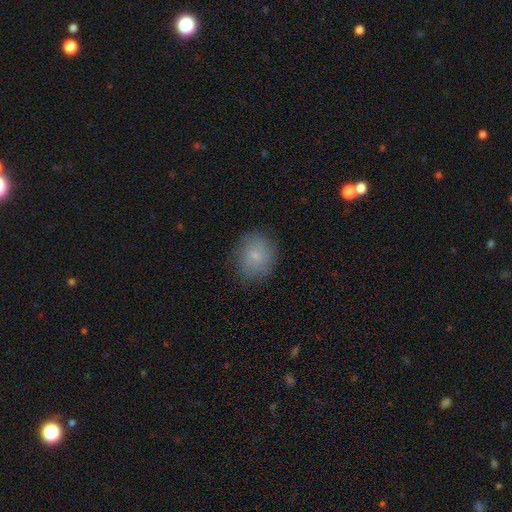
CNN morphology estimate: Overall: smooth (74%). How rounded: round (66%; in between 33%). Merging: none (80%).